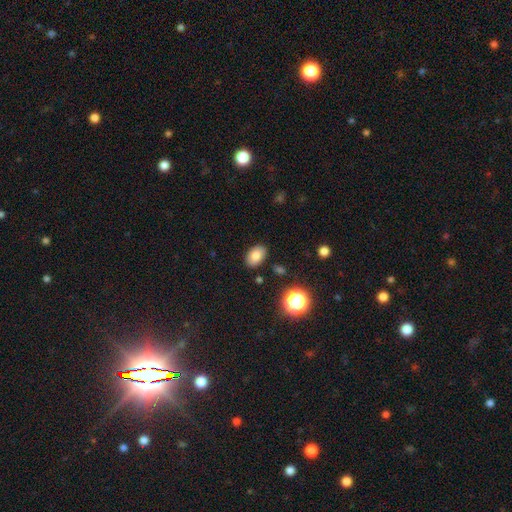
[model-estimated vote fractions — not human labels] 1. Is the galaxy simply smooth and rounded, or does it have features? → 79% smooth, 11% star or artifact, 10% featured or disk.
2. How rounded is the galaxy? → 85% in between, 14% round, 1% cigar-shaped.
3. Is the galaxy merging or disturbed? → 86% none, 9% minor disturbance, 2% major disturbance, 2% merger.